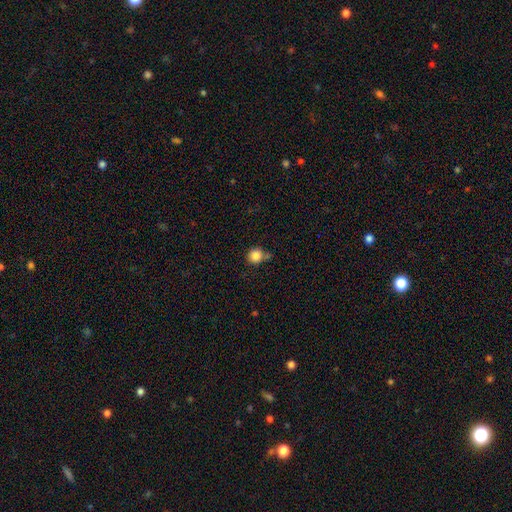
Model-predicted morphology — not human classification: smooth-or-featured: smooth: 85% | star or artifact: 11% | featured or disk: 5%
  how-rounded: round: 91% | in between: 8% | cigar-shaped: 1%
  merging: none: 69% | minor disturbance: 14% | merger: 12% | major disturbance: 4%